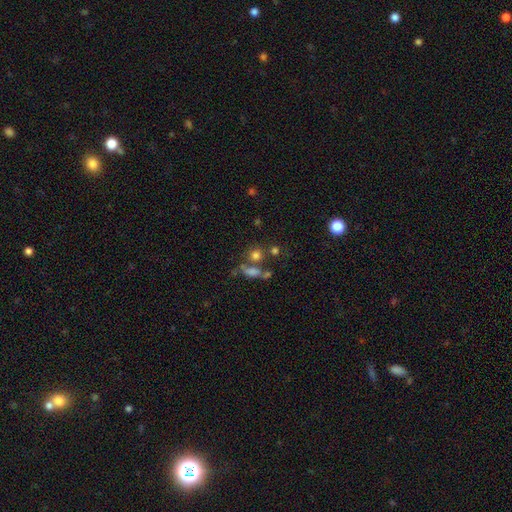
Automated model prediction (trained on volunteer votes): Smooth or featured? smooth (72%)
How rounded? round (75%)
Merging? none (57%)